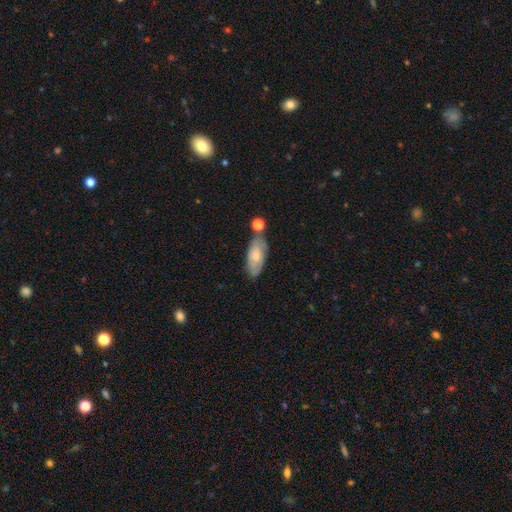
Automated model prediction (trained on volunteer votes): A smooth galaxy with no disk features (59%) that is in between round and cigar-shaped (84%).

Vote fractions:
- Smooth or featured? smooth: 59% / featured or disk: 35% / star or artifact: 7%
- How rounded? in between: 84% / cigar-shaped: 13% / round: 3%
- Merging? none: 54% / minor disturbance: 22% / merger: 17% / major disturbance: 7%